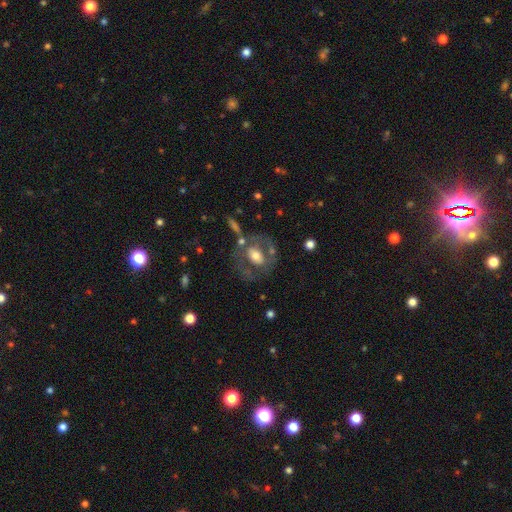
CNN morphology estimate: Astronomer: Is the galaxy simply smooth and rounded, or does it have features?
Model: featured or disk — 54% (runner-up: smooth, 39%).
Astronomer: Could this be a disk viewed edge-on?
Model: no — 92%.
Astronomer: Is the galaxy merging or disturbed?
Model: none — 57%.